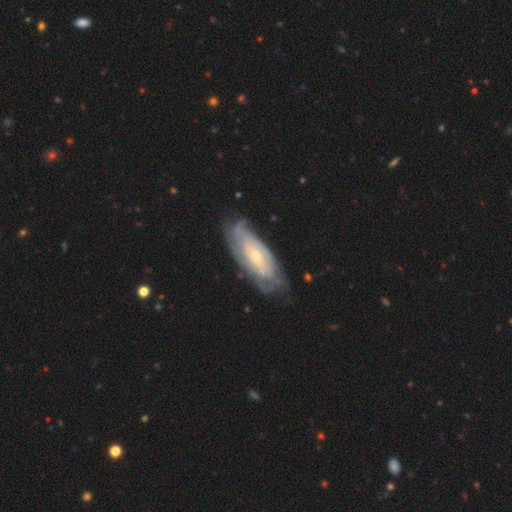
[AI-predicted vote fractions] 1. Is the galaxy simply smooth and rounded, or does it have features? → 76% featured or disk, 18% smooth, 6% star or artifact.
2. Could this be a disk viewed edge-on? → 89% no, 11% yes.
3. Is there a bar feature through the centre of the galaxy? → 69% no, 25% weak, 6% strong.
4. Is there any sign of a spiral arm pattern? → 87% yes, 13% no.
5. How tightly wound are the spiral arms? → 70% tight, 23% medium, 7% loose.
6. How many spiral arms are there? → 58% can't tell, 18% 2, 9% 3, 7% 4, 4% more than 4, 4% 1.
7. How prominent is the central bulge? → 65% small, 30% moderate, 2% none, 2% large, 1% dominant.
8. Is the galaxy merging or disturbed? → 69% none, 22% minor disturbance, 8% major disturbance, 2% merger.